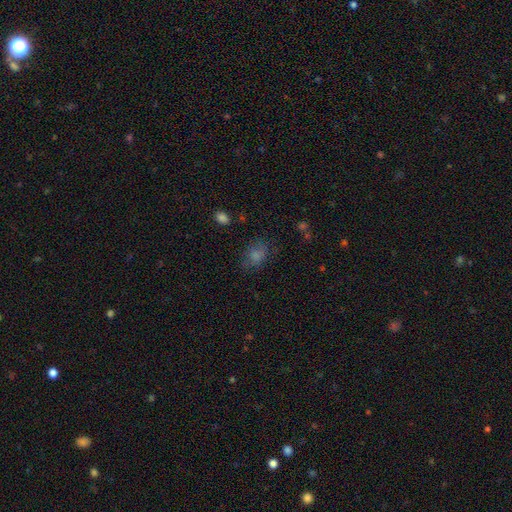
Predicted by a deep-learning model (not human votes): smooth_or_featured: smooth (p=0.65) [alt: star or artifact p=0.24]
how_rounded: in between (p=0.63) [alt: round p=0.35]
merging: none (p=0.73) [alt: minor disturbance p=0.17]